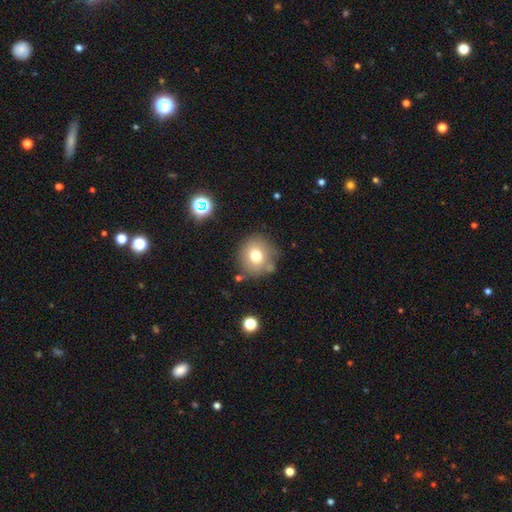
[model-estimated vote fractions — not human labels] Overall: smooth (74%). How rounded: round (88%). Merging: none (74%).